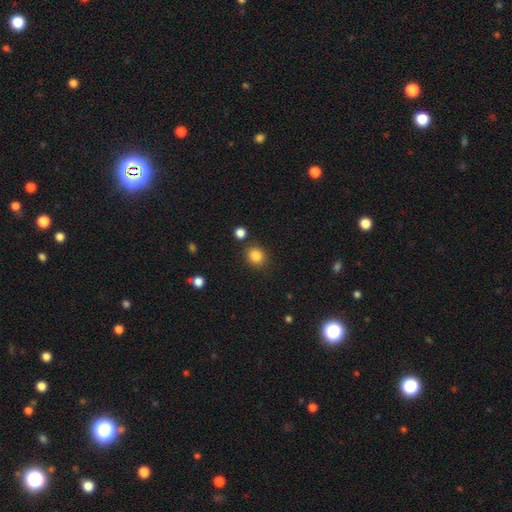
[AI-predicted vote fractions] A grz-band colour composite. It shows a smooth galaxy with no disk features (85%) that is round (79%). Merging: none (84%).